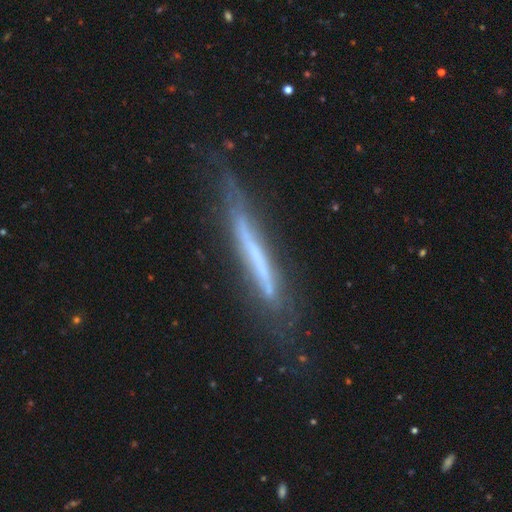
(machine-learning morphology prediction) A featured or disk galaxy (64%) viewed edge-on (87%) with no central bulge (85%). Merging: none (60%).